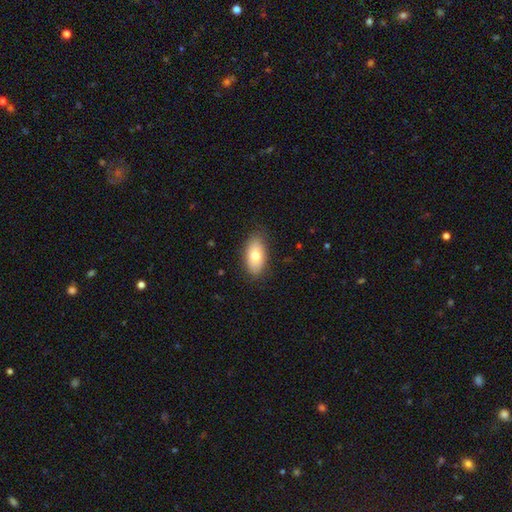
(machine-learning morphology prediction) smooth-or-featured: smooth: 76% | featured or disk: 17% | star or artifact: 7%
  how-rounded: in between: 92% | round: 4% | cigar-shaped: 4%
  merging: none: 84% | minor disturbance: 12% | major disturbance: 3% | merger: 1%